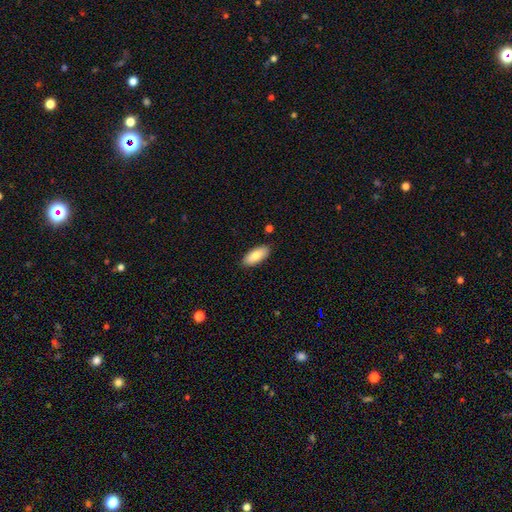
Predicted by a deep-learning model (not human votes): The model was most divided on "how rounded": in between: 84%, cigar-shaped: 15%, round: 2%. More confident: merging — none (88%); smooth or featured — smooth (82%).